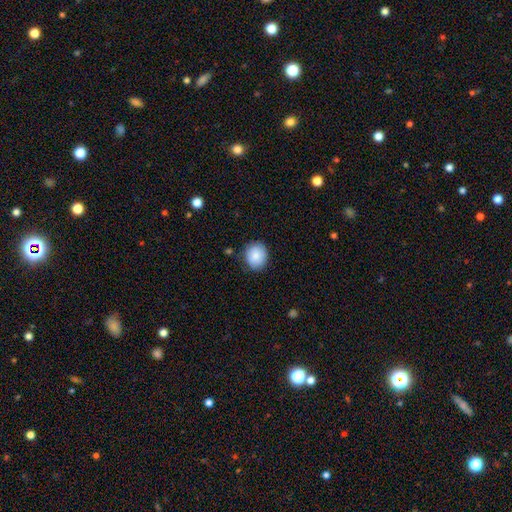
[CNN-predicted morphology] type=smooth (87%); roundness=round (75%); merging=none (83%).